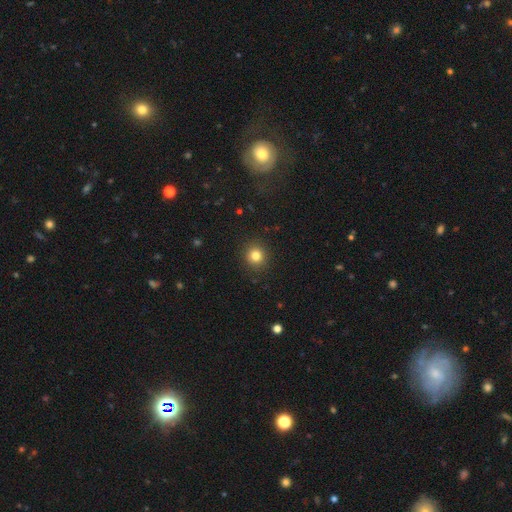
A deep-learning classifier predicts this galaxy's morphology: smooth-or-featured: smooth: 82% | star or artifact: 12% | featured or disk: 6%
  how-rounded: round: 90% | in between: 9% | cigar-shaped: 1%
  merging: none: 91% | minor disturbance: 6% | major disturbance: 2% | merger: 1%